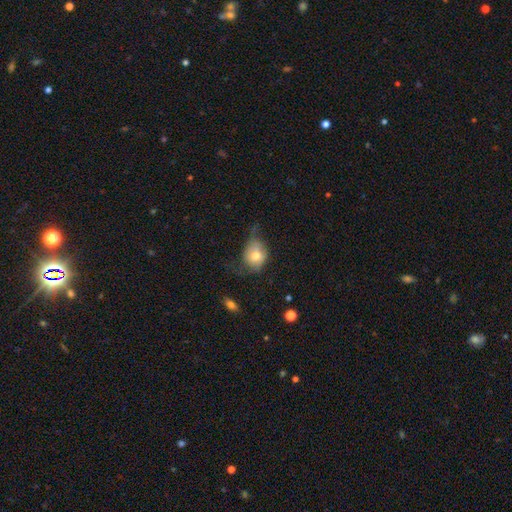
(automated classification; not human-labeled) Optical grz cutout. It shows a smooth galaxy with no disk features (64%) that is round (50%). Merging: minor disturbance (36%).